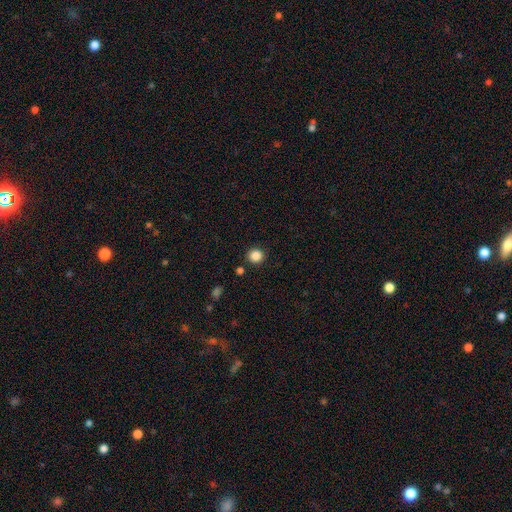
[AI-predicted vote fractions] Smooth or featured?
  - smooth: 86% *
  - star or artifact: 11%
  - featured or disk: 3%
How rounded?
  - round: 91% *
  - in between: 8%
  - cigar-shaped: 1%
Merging?
  - none: 89% *
  - minor disturbance: 6%
  - merger: 3%
  - major disturbance: 2%